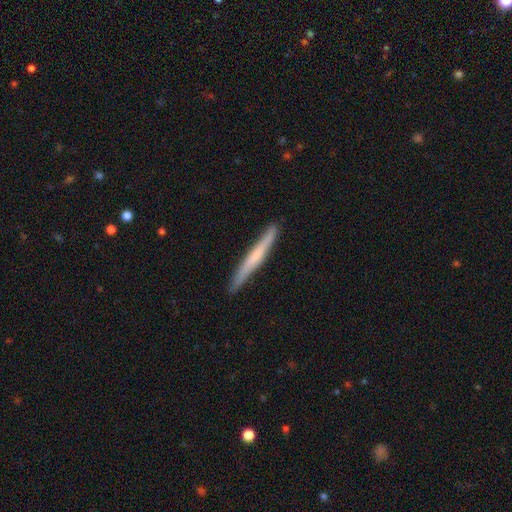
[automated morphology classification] A smooth galaxy with no disk features (47%, tied with featured or disk).

Vote fractions:
- Smooth or featured? smooth: 47% (tied) / featured or disk: 47% (tied) / star or artifact: 6%
- Merging? none: 87% / minor disturbance: 10% / major disturbance: 2% / merger: 1%